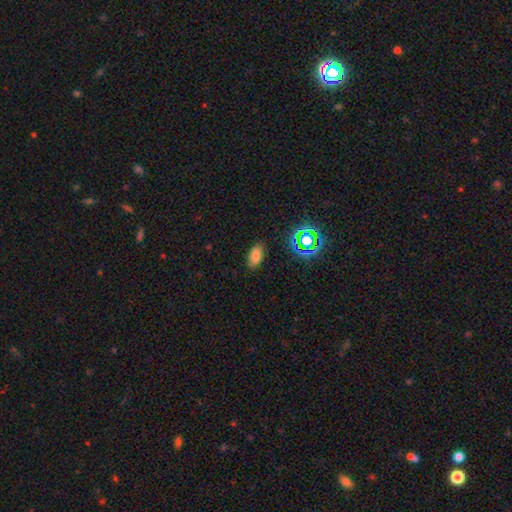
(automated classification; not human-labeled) The model was most divided on "smooth or featured": smooth: 75%, star or artifact: 17%, featured or disk: 8%. More confident: how rounded — in between (91%); merging — none (85%).